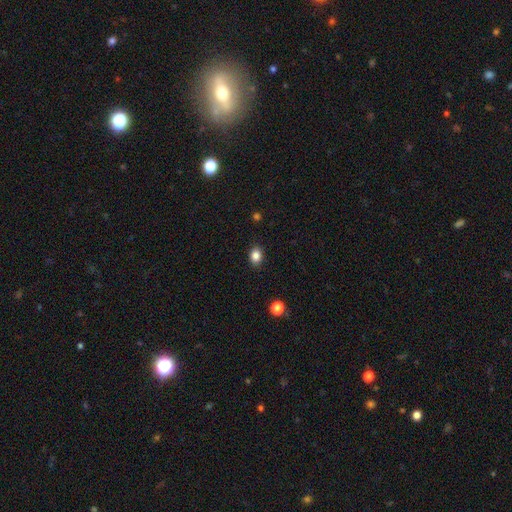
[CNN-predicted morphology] smooth 85%, star or artifact 10%, featured or disk 5%. Down the decision tree: how rounded — in between (61%); merging — none (89%).